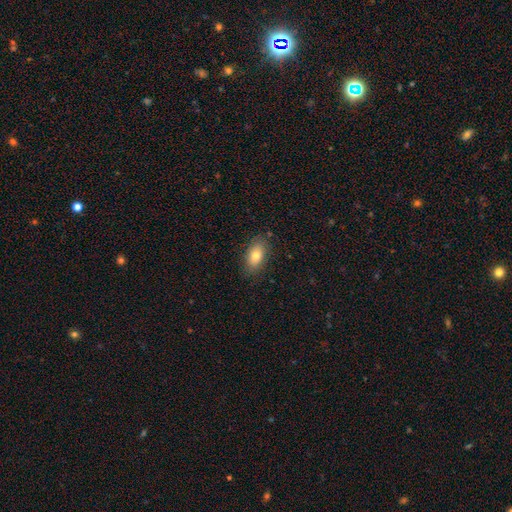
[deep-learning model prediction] Morphology: type=smooth (77%); roundness=in between (90%); merging=none (83%).